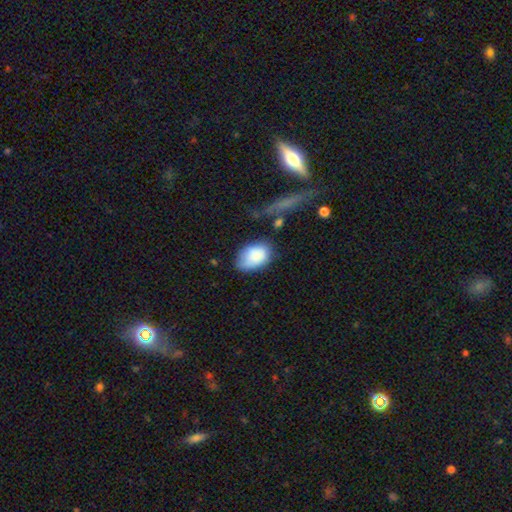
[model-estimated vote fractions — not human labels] smooth-or-featured: smooth: 84% | featured or disk: 9% | star or artifact: 7%
  how-rounded: in between: 87% | round: 12% | cigar-shaped: 1%
  merging: none: 54% | minor disturbance: 31% | major disturbance: 9% | merger: 6%